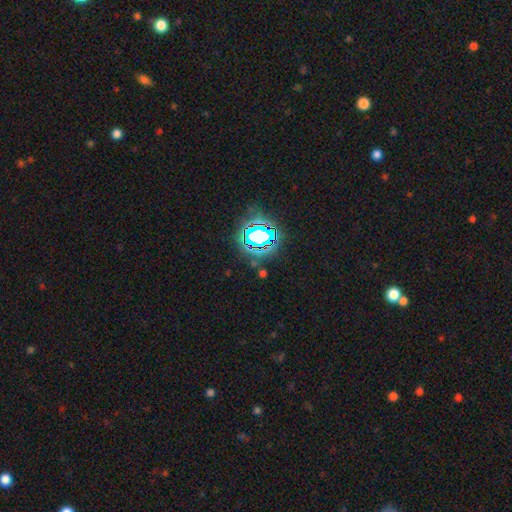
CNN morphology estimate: smooth-or-featured: star or artifact: 78% | smooth: 14% | featured or disk: 8%